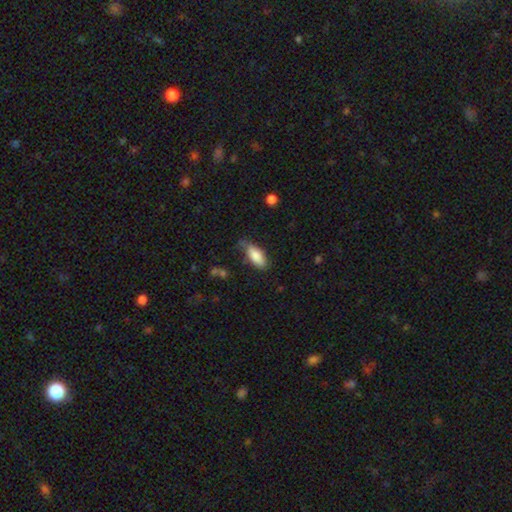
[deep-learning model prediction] A smooth galaxy with no disk features (85%) that is in between round and cigar-shaped (86%).

Vote fractions:
- Smooth or featured? smooth: 85% / featured or disk: 9% / star or artifact: 6%
- How rounded? in between: 86% / cigar-shaped: 12% / round: 2%
- Merging? none: 63% / minor disturbance: 28% / major disturbance: 7% / merger: 2%